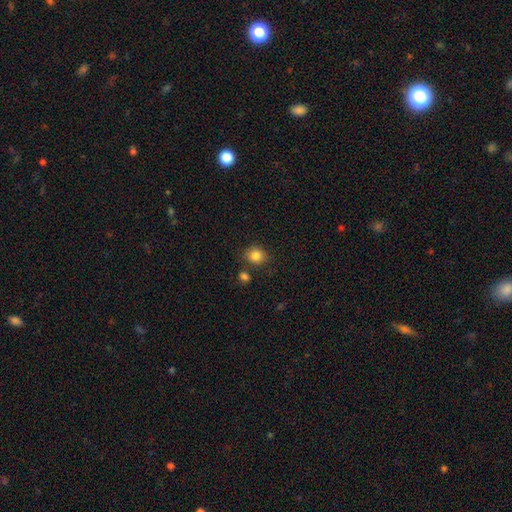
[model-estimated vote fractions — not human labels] This is clearly a smooth galaxy (84%). How rounded: likely round (72%). Merging: likely none (78%).